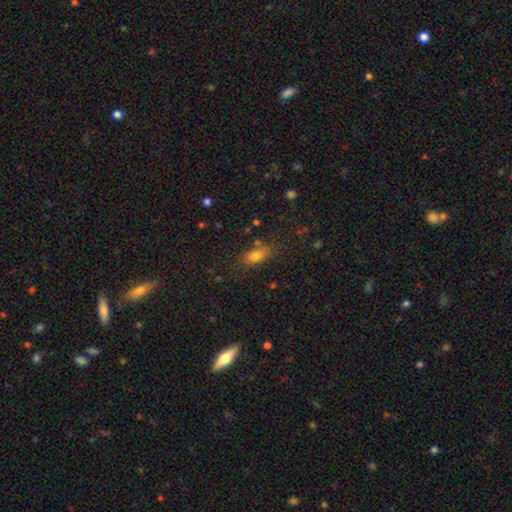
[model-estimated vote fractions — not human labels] Overall: smooth (77%). How rounded: in between (78%). Merging: none (72%).